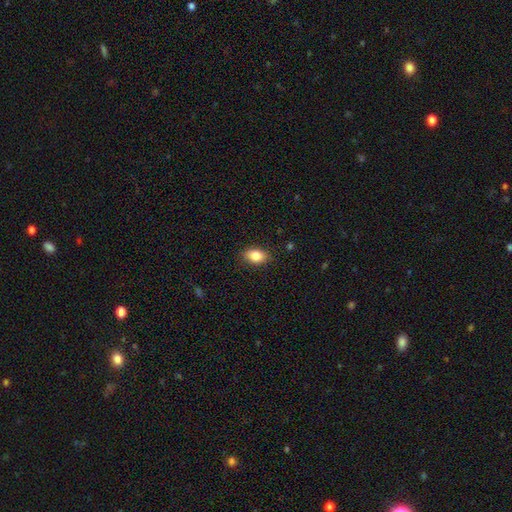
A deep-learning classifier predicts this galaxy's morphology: smooth_or_featured: smooth (p=0.85) [alt: star or artifact p=0.08]
how_rounded: in between (p=0.84) [alt: round p=0.14]
merging: none (p=0.87) [alt: minor disturbance p=0.10]